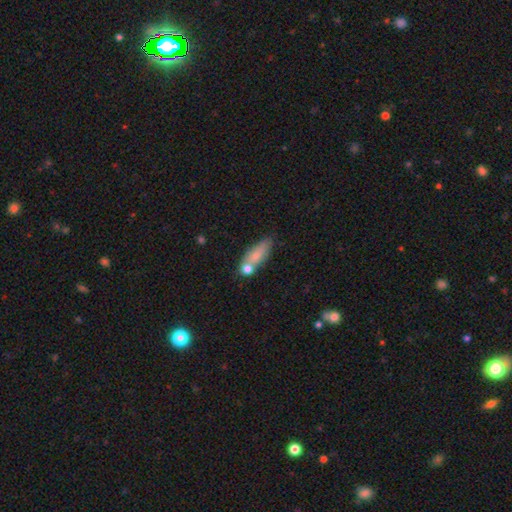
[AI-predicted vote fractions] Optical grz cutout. It shows a smooth galaxy with no disk features (74%) that is in between round and cigar-shaped (56%). Merging: none (53%).